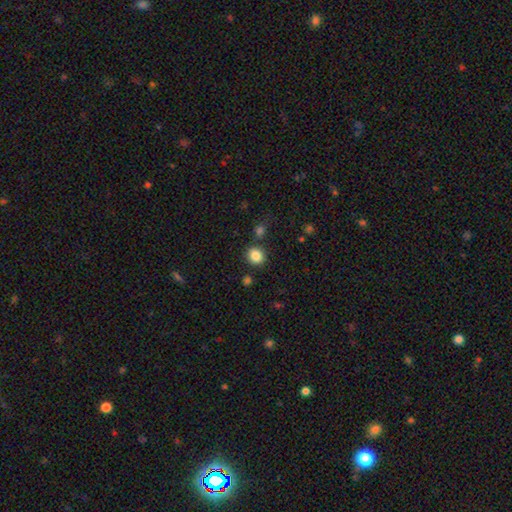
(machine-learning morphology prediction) Smooth or featured: smooth — 86% (star or artifact — 10%)
How rounded: round — 79% (in between — 21%)
Merging: none — 83% (minor disturbance — 8%)